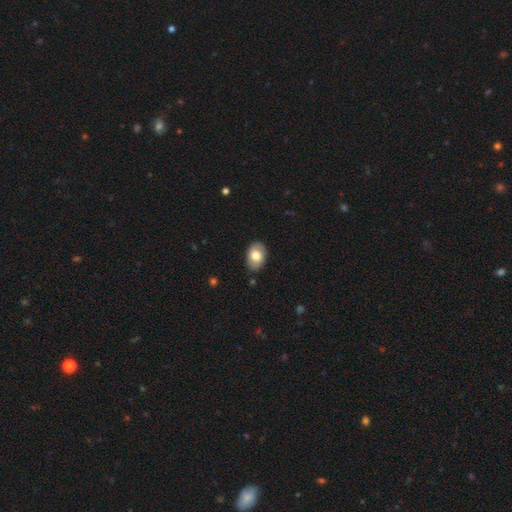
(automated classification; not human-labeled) A smooth galaxy with no disk features (75%) that is in between round and cigar-shaped (86%). Merging: none (85%).